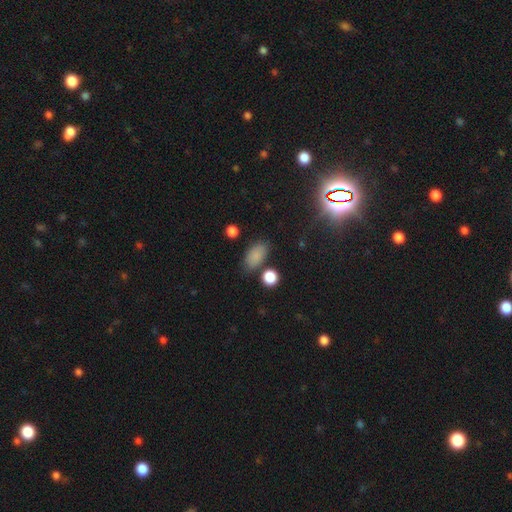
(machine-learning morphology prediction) smooth_or_featured: smooth (p=0.83) [alt: star or artifact p=0.11]
how_rounded: in between (p=0.90) [alt: round p=0.07]
merging: none (p=0.74) [alt: minor disturbance p=0.15]